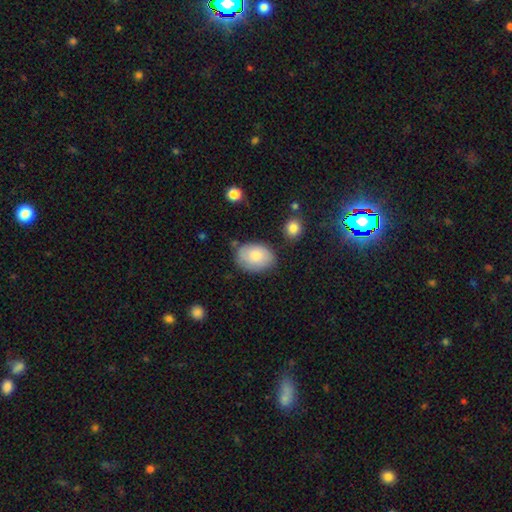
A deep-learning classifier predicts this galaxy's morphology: Q: Smooth or featured?
A: smooth (78%); runner-up: featured or disk (15%)
Q: How rounded?
A: in between (78%); runner-up: round (21%)
Q: Merging?
A: none (72%); runner-up: minor disturbance (20%)